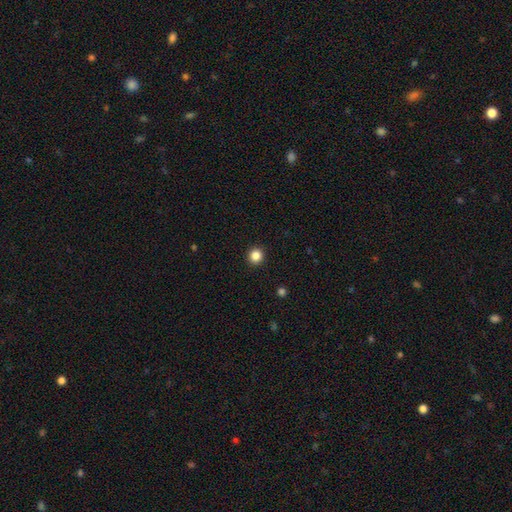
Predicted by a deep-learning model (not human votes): This appears to be a smooth galaxy with no disk features (85%) that is round (94%). Merging: none (93%).